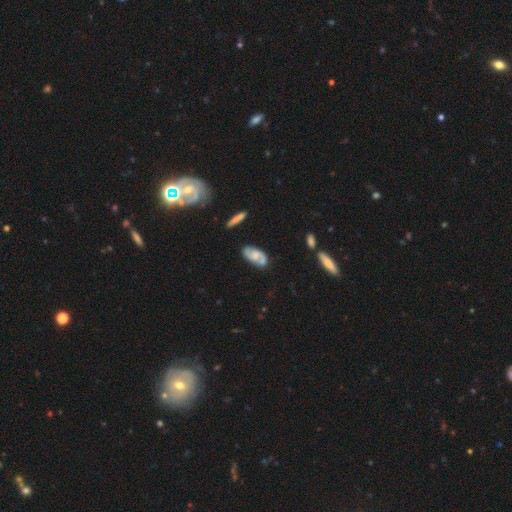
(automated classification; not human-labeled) Q: Smooth or featured?
A: featured or disk (65%); runner-up: smooth (28%)
Q: Edge-on disk?
A: no (94%); runner-up: yes (6%)
Q: Bar?
A: no (57%); runner-up: weak (36%)
Q: Spiral arms?
A: yes (91%); runner-up: no (9%)
Q: Spiral winding?
A: medium (48%); runner-up: loose (28%)
Q: Spiral arm count?
A: 2 (86%); runner-up: can't tell (8%)
Q: Bulge size?
A: moderate (30%); tied with: none (30%)
Q: Merging?
A: none (68%); runner-up: minor disturbance (18%)